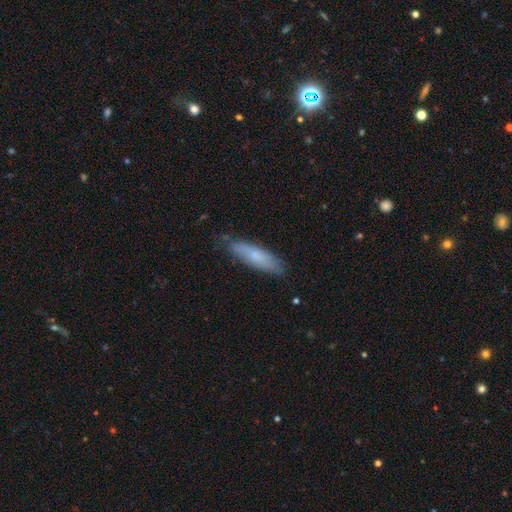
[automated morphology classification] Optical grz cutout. It shows a smooth galaxy with no disk features (67%) that is cigar-shaped (68%). Merging: none (78%).